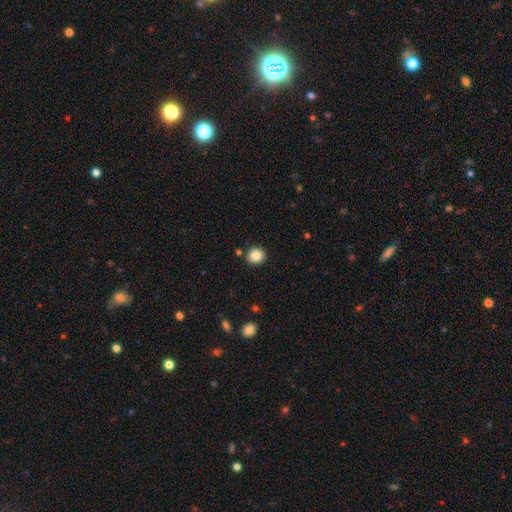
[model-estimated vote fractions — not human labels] Overall: smooth (85%). How rounded: round (85%). Merging: none (89%).